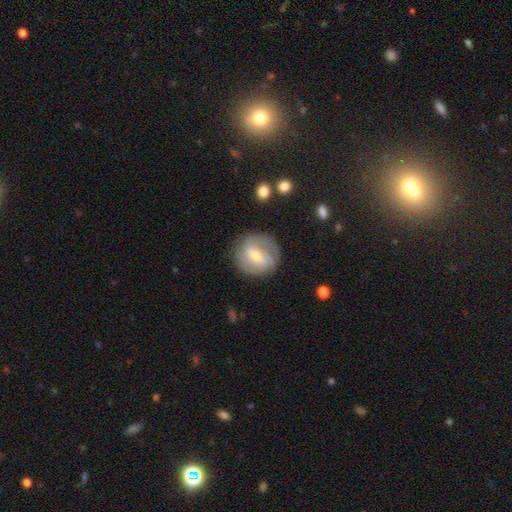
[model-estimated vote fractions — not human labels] featured or disk 63%, smooth 30%, star or artifact 6%. Down the decision tree: edge-on disk — no (96%); bar — weak (53%); spiral arms — yes (77%); bulge size — moderate (53%); merging — none (73%).